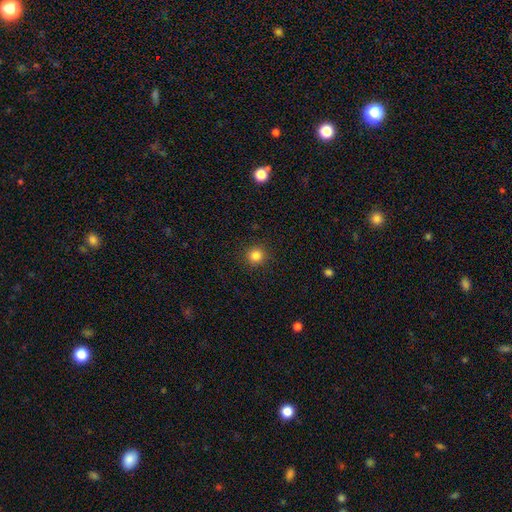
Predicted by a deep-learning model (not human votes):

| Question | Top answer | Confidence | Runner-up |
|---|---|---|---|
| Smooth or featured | smooth | 83% | star or artifact (12%) |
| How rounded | round | 94% | in between (5%) |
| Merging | none | 92% | minor disturbance (5%) |